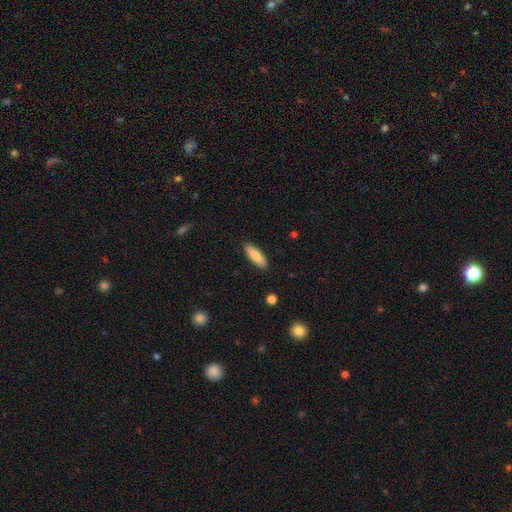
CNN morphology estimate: This is clearly a smooth galaxy (81%). How rounded: possibly in between (58%). Merging: clearly none (89%).